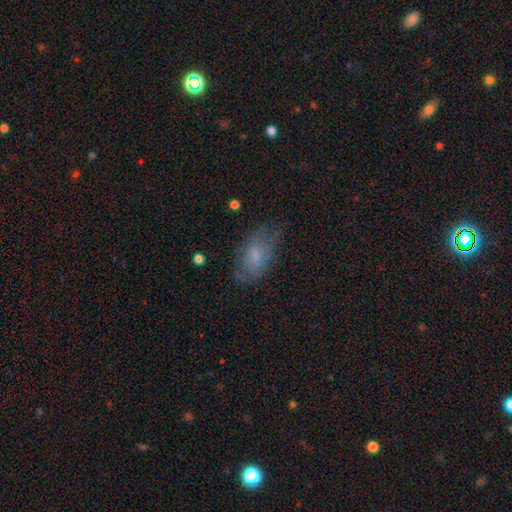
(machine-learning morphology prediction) The model was most divided on "merging": none: 62%, minor disturbance: 25%, major disturbance: 11%, merger: 2%. More confident: how rounded — in between (91%); smooth or featured — smooth (65%).